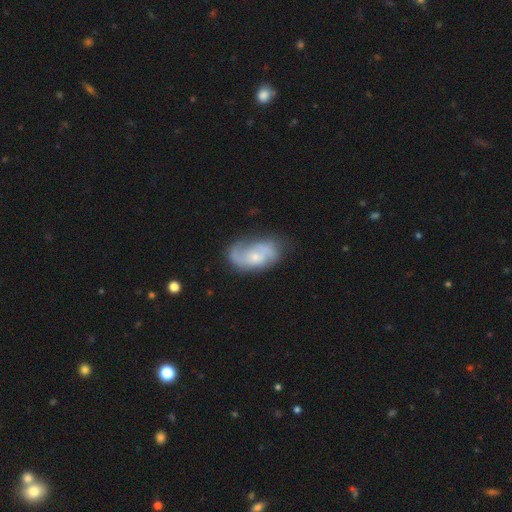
A featured or disk galaxy (72%) with no bar (73%), 2 (75%) medium (42%) spiral arms (92%) and a small central bulge (69%). Merging: none (76%).